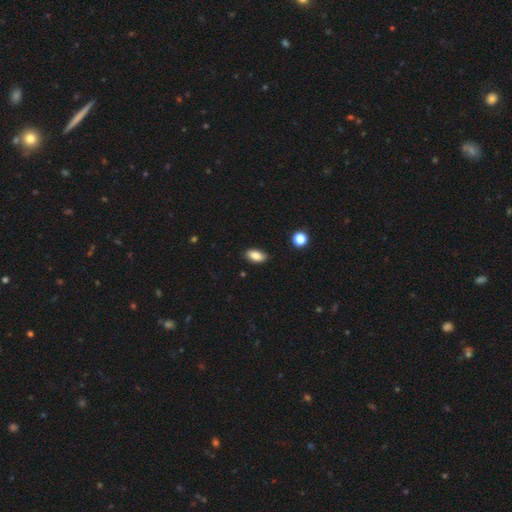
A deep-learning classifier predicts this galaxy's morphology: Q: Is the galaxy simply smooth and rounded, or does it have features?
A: smooth — 85%.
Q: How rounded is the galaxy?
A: in between — 91%.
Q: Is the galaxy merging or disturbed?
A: none — 86%.